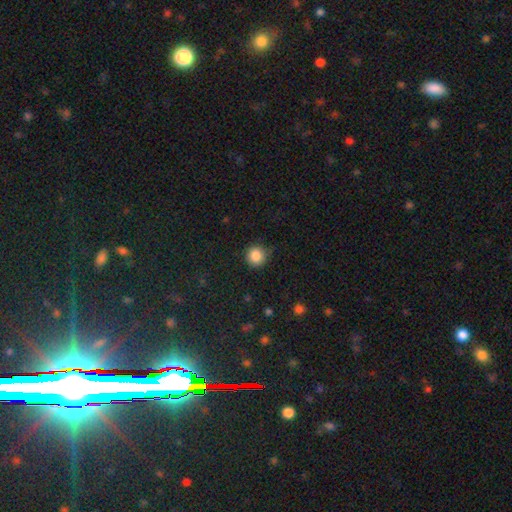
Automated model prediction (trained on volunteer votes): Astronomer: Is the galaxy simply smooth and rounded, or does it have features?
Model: smooth — 86%.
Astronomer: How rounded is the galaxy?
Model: round — 94%.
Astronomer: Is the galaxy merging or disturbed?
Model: none — 84%.